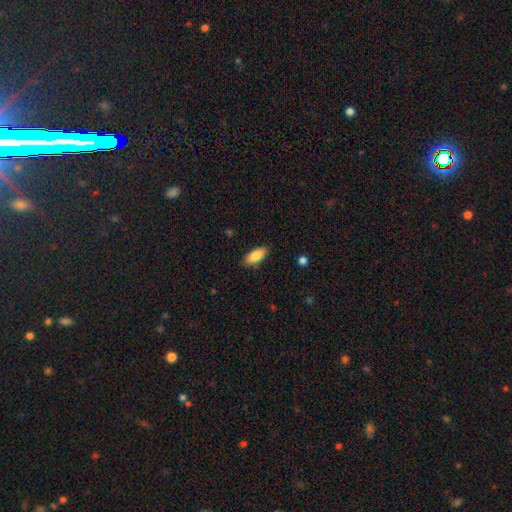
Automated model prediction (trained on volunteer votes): Q: Smooth or featured?
A: smooth (83%); runner-up: featured or disk (10%)
Q: How rounded?
A: in between (87%); runner-up: cigar-shaped (11%)
Q: Merging?
A: none (86%); runner-up: minor disturbance (11%)